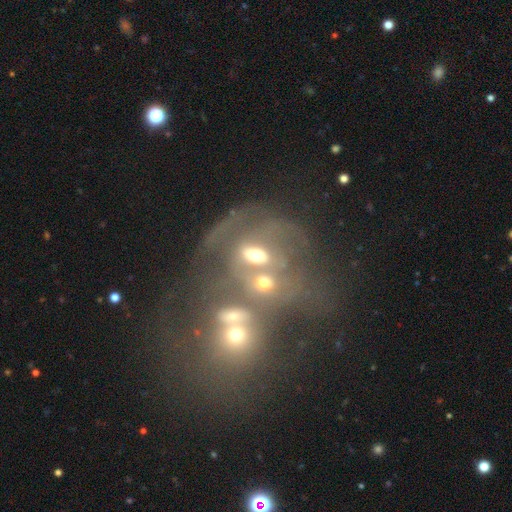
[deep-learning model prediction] Smooth or featured? featured or disk (52%)
Edge-on disk? no (91%)
Merging? merger (71%)